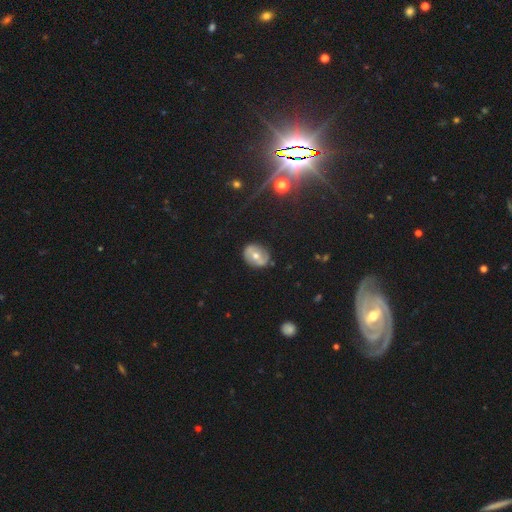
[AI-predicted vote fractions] Smooth or featured?
  - featured or disk: 56% *
  - smooth: 35%
  - star or artifact: 9%
Edge-on disk?
  - no: 95% *
  - yes: 5%
Bar?
  - no: 42% *
  - weak: 35%
  - strong: 23%
Spiral arms?
  - yes: 56% *
  - no: 44%
Bulge size?
  - moderate: 71% *
  - small: 25%
  - large: 3%
  - none: 1%
  - dominant: 1%
Merging?
  - none: 80% *
  - minor disturbance: 14%
  - major disturbance: 4%
  - merger: 1%